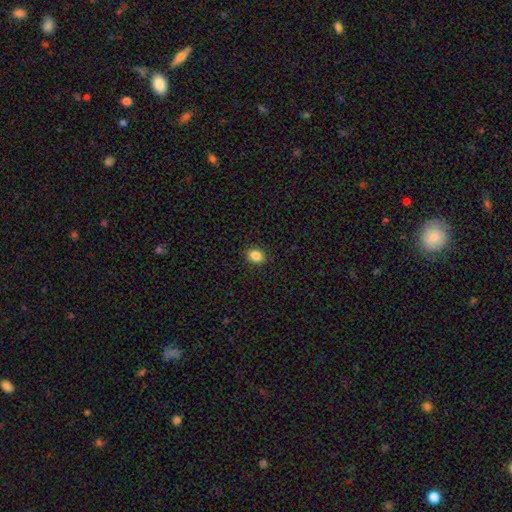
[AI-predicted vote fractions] Smooth or featured?
  - smooth: 86% *
  - star or artifact: 10%
  - featured or disk: 5%
How rounded?
  - in between: 67% *
  - round: 32%
  - cigar-shaped: 1%
Merging?
  - none: 89% *
  - minor disturbance: 8%
  - major disturbance: 2%
  - merger: 1%